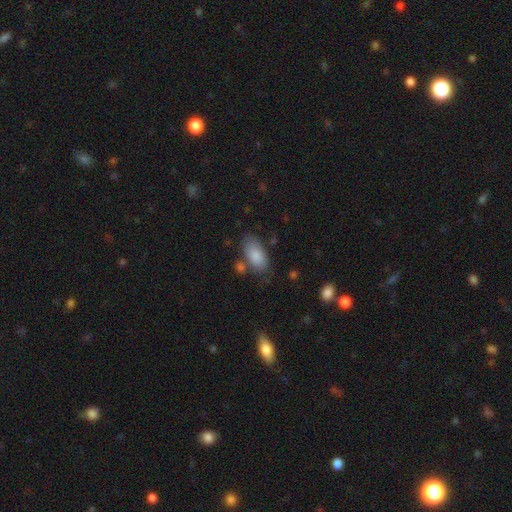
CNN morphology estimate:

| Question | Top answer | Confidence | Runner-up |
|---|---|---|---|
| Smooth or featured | smooth | 86% | featured or disk (7%) |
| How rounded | in between | 92% | cigar-shaped (5%) |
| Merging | none | 66% | minor disturbance (19%) |